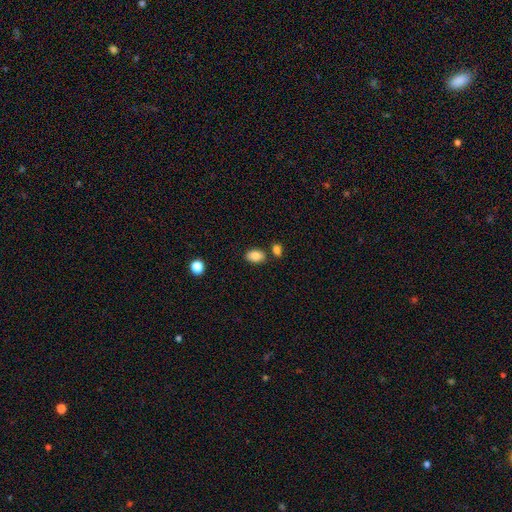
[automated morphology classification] Smooth or featured?
  - smooth: 84% *
  - star or artifact: 8%
  - featured or disk: 8%
How rounded?
  - in between: 87% *
  - round: 12%
  - cigar-shaped: 1%
Merging?
  - none: 75% *
  - minor disturbance: 12%
  - merger: 11%
  - major disturbance: 3%